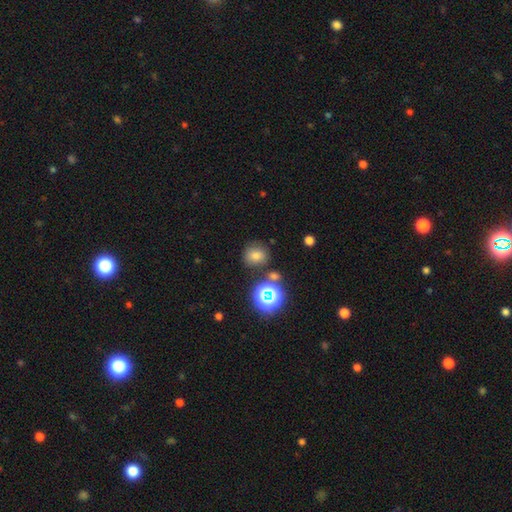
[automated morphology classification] A smooth galaxy with no disk features (67%) that is round (80%). Merging: none (76%).